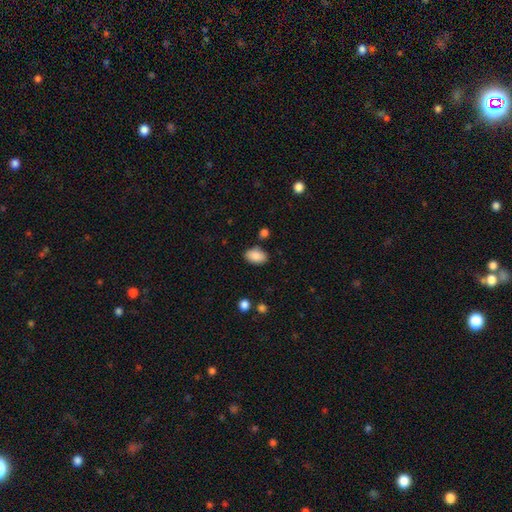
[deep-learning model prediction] smooth 88%, star or artifact 7%, featured or disk 5%. Down the decision tree: how rounded — in between (90%); merging — none (80%).